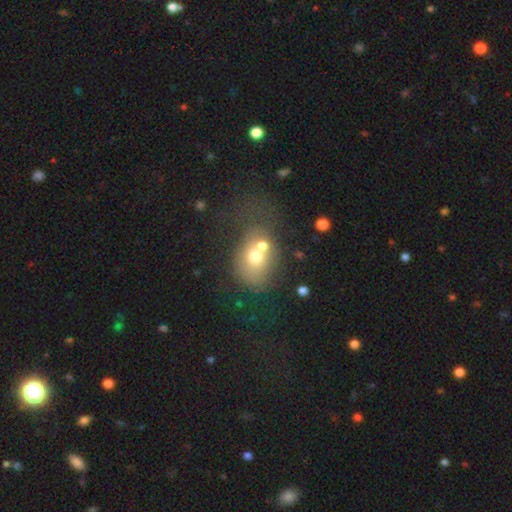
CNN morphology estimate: A smooth galaxy with no disk features (61%) that is in between round and cigar-shaped (60%).

Vote fractions:
- Smooth or featured? smooth: 61% / featured or disk: 27% / star or artifact: 12%
- How rounded? in between: 60% / round: 39% / cigar-shaped: 1%
- Merging? merger: 44% / none: 26% / major disturbance: 16% / minor disturbance: 14%